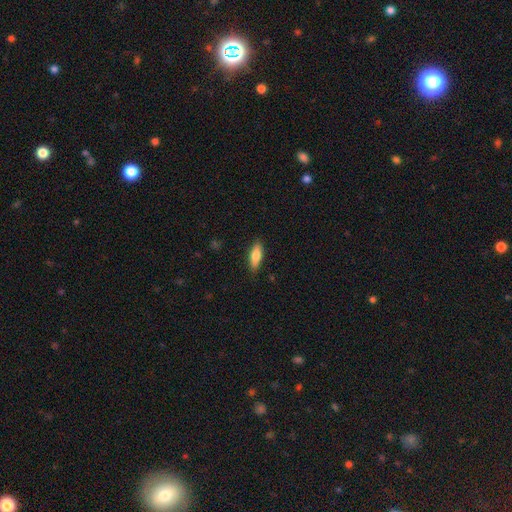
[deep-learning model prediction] Smooth or featured? smooth (79%)
How rounded? in between (61%)
Merging? none (87%)